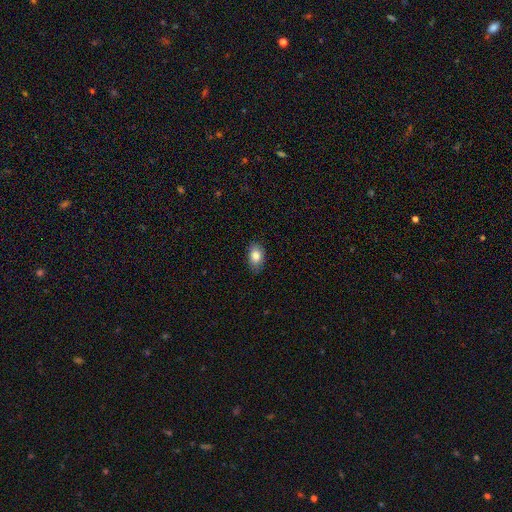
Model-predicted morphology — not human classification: Q: Smooth or featured?
A: smooth (83%); runner-up: featured or disk (9%)
Q: How rounded?
A: in between (85%); runner-up: round (13%)
Q: Merging?
A: none (81%); runner-up: minor disturbance (15%)